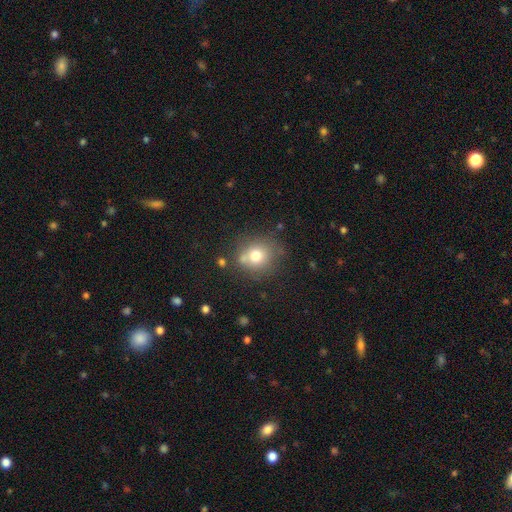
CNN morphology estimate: type=smooth (74%); roundness=round (80%); merging=none (65%).